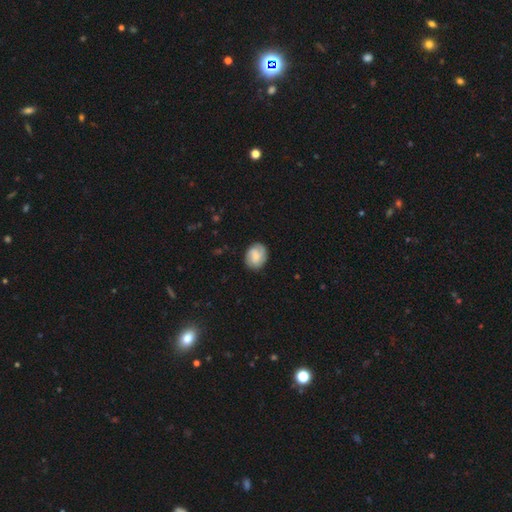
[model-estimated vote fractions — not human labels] smooth_or_featured: smooth (p=0.51) [alt: featured or disk p=0.42]
how_rounded: in between (p=0.50) [alt: round p=0.49]
merging: none (p=0.79) [alt: minor disturbance p=0.16]